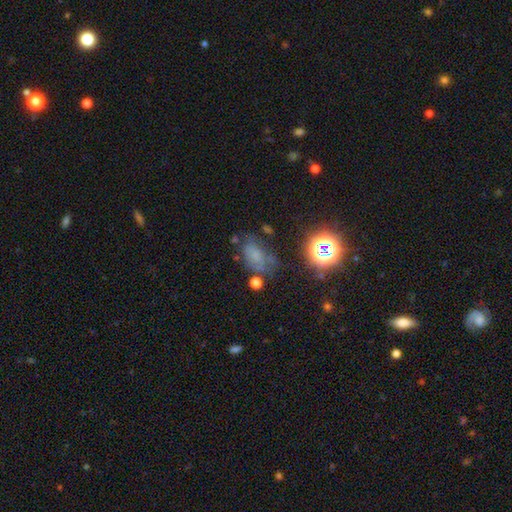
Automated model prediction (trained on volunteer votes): A smooth galaxy with no disk features (48%).

Vote fractions:
- Smooth or featured? smooth: 48% / star or artifact: 29% / featured or disk: 24%
- Merging? none: 50% / minor disturbance: 26% / major disturbance: 16% / merger: 8%